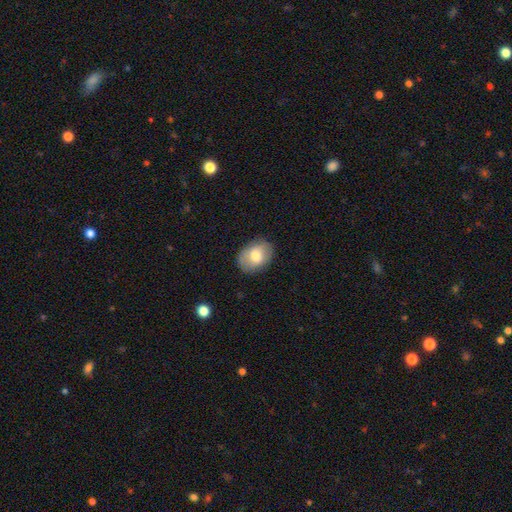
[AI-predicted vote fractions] Smooth or featured? smooth (72%)
How rounded? in between (75%)
Merging? none (83%)